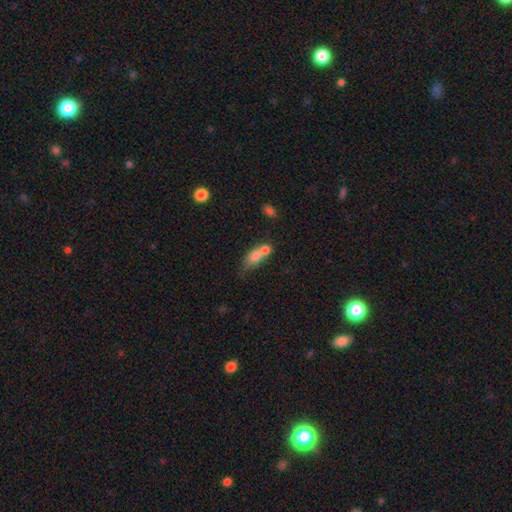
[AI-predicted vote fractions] The model was most divided on "merging": merger: 59%, none: 24%, minor disturbance: 11%, major disturbance: 6%. More confident: smooth or featured — smooth (72%); how rounded — in between (70%).